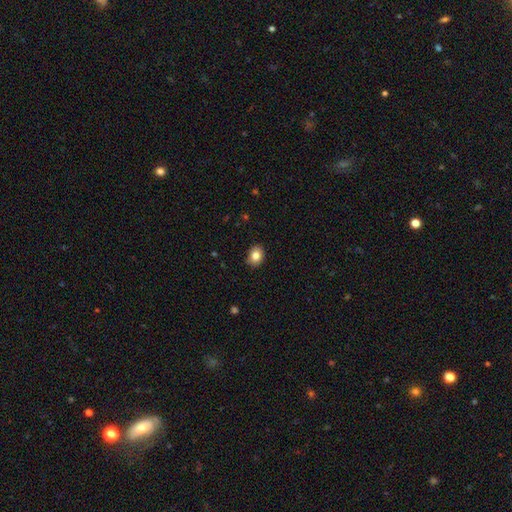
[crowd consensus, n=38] Morphology: type=smooth (84%); roundness=in between (69%); merging=none (100%).